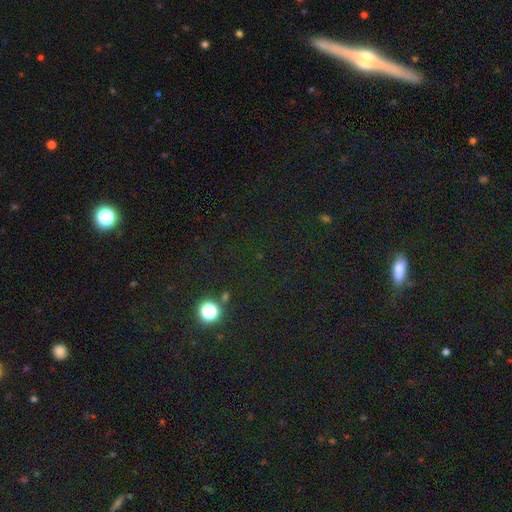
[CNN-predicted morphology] Q: Smooth or featured?
A: star or artifact (60%); runner-up: smooth (21%)